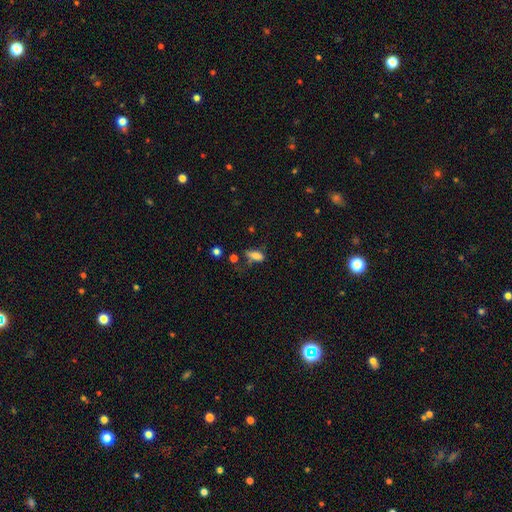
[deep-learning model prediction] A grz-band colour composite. It shows a smooth galaxy with no disk features (77%) that is in between round and cigar-shaped (74%). Merging: none (44%).